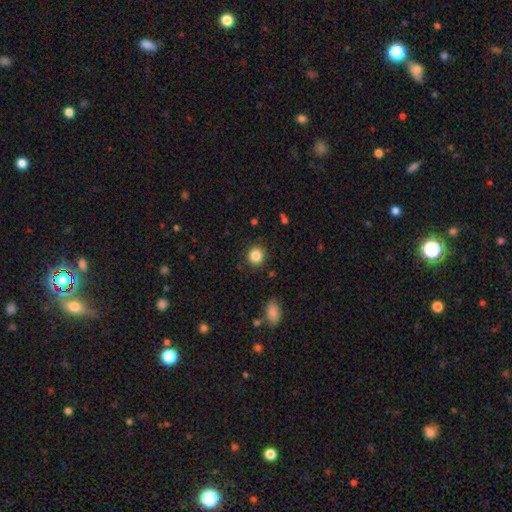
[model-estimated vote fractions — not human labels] Smooth or featured? Predicted: smooth (p=0.85). How rounded? Predicted: round (p=0.88). Merging? Predicted: none (p=0.89).